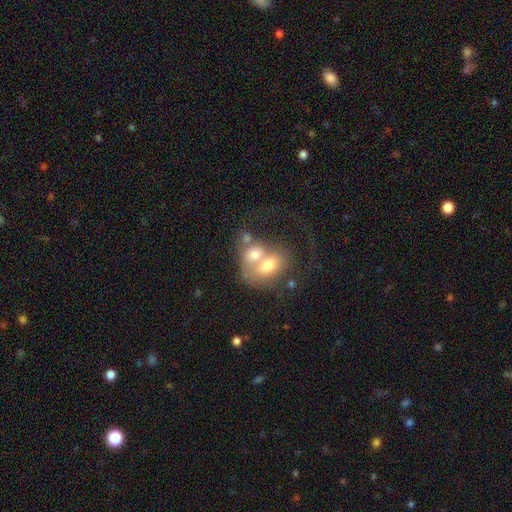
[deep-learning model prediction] A smooth galaxy with no disk features (52%) that is in between round and cigar-shaped (60%).

Vote fractions:
- Smooth or featured? smooth: 52% / featured or disk: 39% / star or artifact: 10%
- How rounded? in between: 60% / round: 39% / cigar-shaped: 1%
- Merging? merger: 72% / none: 13% / major disturbance: 9% / minor disturbance: 6%